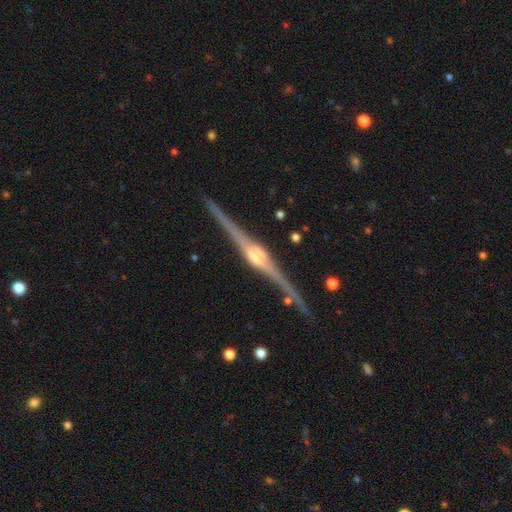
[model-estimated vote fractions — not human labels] Smooth or featured? featured or disk (91%)
Edge-on disk? yes (98%)
Edge-on bulge? rounded (85%)
Merging? none (88%)